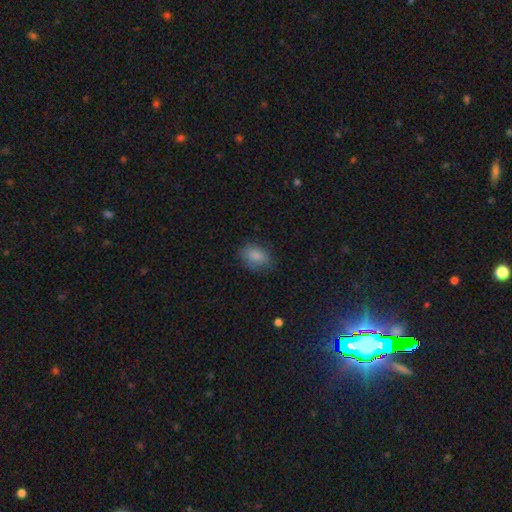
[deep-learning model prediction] A smooth galaxy with no disk features (85%) that is in between round and cigar-shaped (77%).

Vote fractions:
- Smooth or featured? smooth: 85% / star or artifact: 8% / featured or disk: 7%
- How rounded? in between: 77% / round: 21% / cigar-shaped: 1%
- Merging? none: 73% / minor disturbance: 20% / major disturbance: 6% / merger: 1%